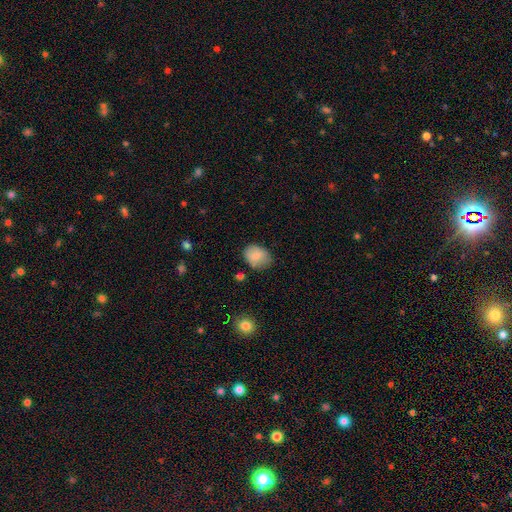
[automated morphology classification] type=smooth (84%); roundness=in between (63%); merging=none (65%).